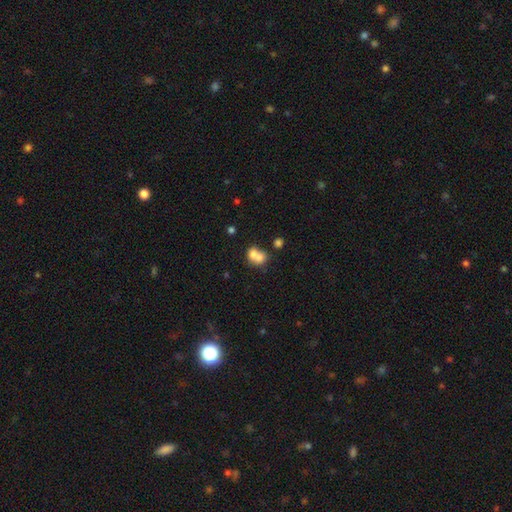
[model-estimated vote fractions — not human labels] This appears to be a smooth galaxy with no disk features (71%) that is round (56%). Merging: merger (67%).